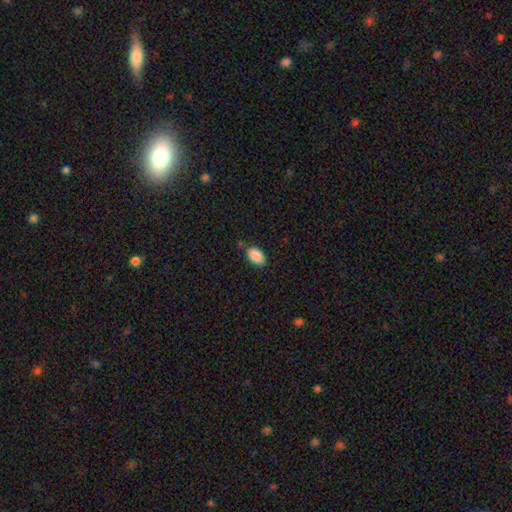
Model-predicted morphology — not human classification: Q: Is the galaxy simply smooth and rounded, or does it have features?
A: smooth — 89%.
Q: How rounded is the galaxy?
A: in between — 92%.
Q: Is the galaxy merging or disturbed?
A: none — 78%.